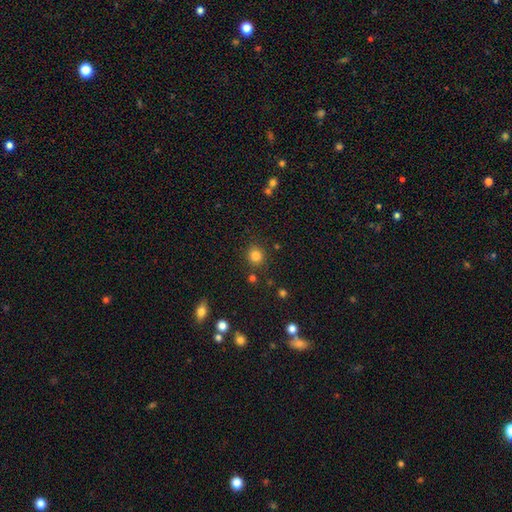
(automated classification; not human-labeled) smooth-or-featured: smooth: 82% | star or artifact: 13% | featured or disk: 5%
  how-rounded: round: 89% | in between: 10% | cigar-shaped: 1%
  merging: none: 86% | minor disturbance: 8% | merger: 4% | major disturbance: 3%